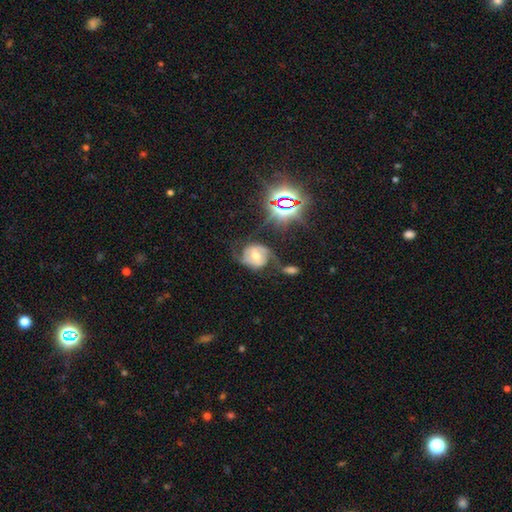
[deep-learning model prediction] This is likely a featured or disk galaxy (60%). It is clearly not viewed edge-on (95%). Bar: marginally weak (37%). Spiral arm pattern: clearly yes (81%). Central bulge: likely moderate (69%). Merging: possibly none (57%).